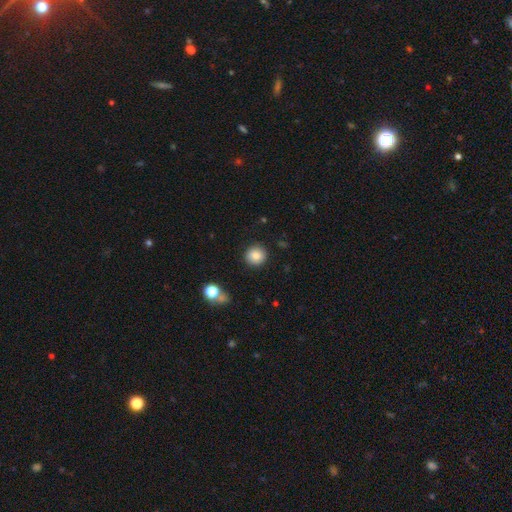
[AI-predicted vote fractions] This appears to be a smooth galaxy with no disk features (83%) that is round (91%). Merging: none (89%).